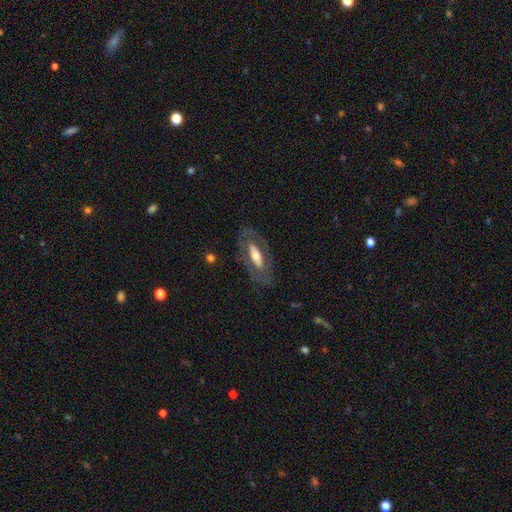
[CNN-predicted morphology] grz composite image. It shows a featured or disk galaxy (58%). Merging: none (75%).